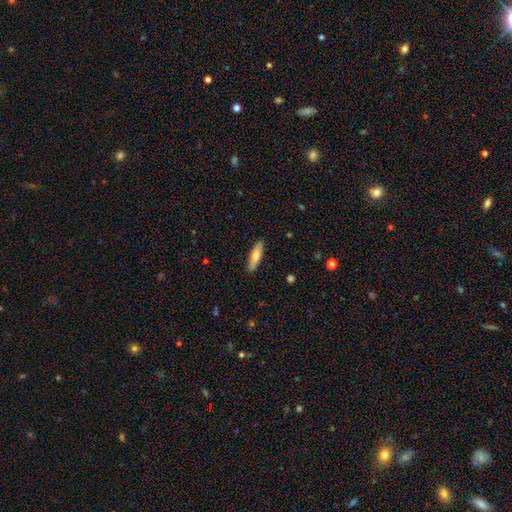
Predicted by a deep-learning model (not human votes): A smooth galaxy with no disk features (72%) that is cigar-shaped (65%). Merging: none (89%).